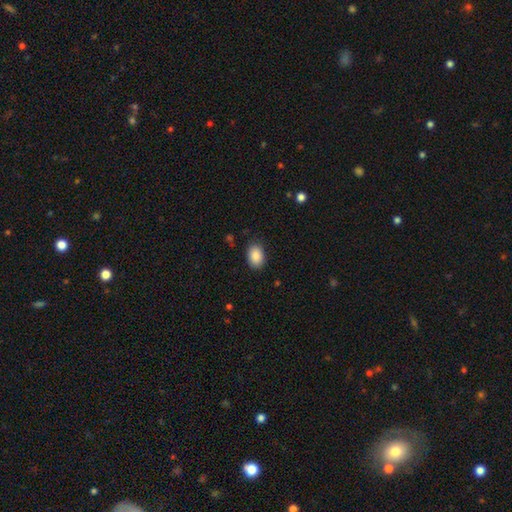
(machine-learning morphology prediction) Overall: smooth (89%). How rounded: in between (82%). Merging: none (85%).